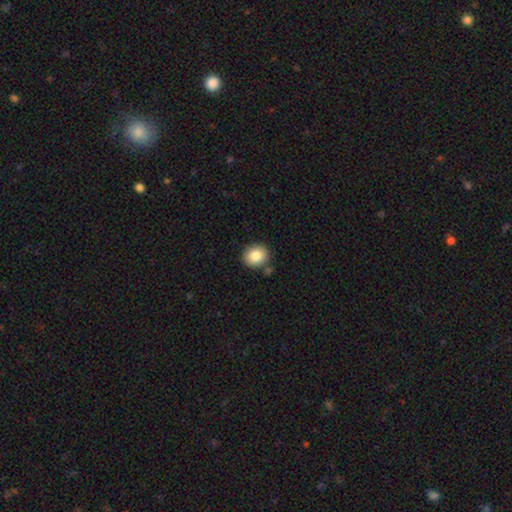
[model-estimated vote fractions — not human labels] Smooth or featured?
  - smooth: 84% *
  - star or artifact: 9%
  - featured or disk: 8%
How rounded?
  - round: 75% *
  - in between: 24%
  - cigar-shaped: 1%
Merging?
  - none: 83% *
  - minor disturbance: 9%
  - merger: 6%
  - major disturbance: 2%